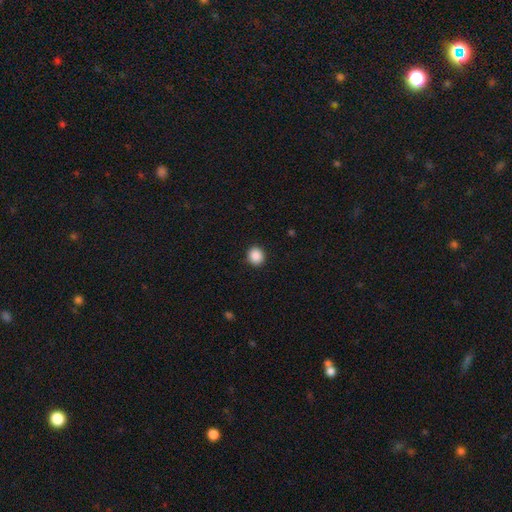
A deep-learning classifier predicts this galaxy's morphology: type=smooth (89%); roundness=round (84%); merging=none (91%).